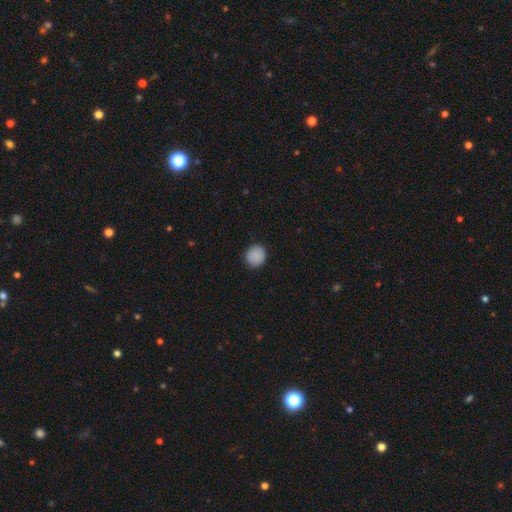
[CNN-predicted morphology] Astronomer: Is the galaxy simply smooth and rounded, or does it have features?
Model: smooth — 89%.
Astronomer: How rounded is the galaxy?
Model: round — 89%.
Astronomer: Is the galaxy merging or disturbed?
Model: none — 91%.